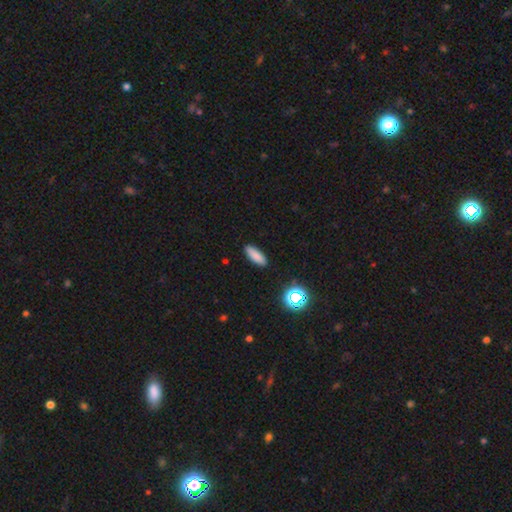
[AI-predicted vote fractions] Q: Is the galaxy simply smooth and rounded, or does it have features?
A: smooth — 83%.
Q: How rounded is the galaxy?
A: in between — 62%.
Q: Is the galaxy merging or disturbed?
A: none — 90%.